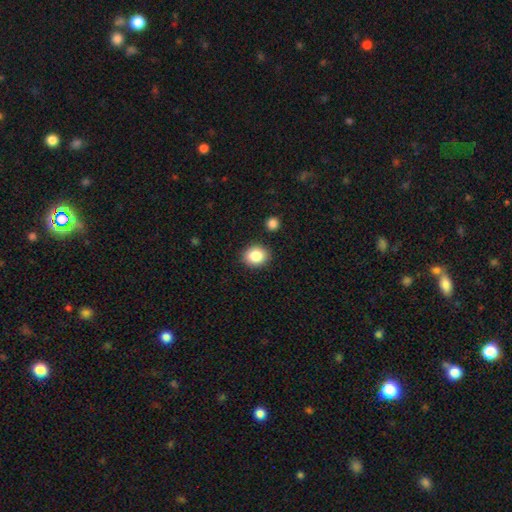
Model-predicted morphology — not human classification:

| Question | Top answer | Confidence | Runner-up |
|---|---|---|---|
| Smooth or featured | smooth | 85% | star or artifact (8%) |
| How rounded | round | 62% | in between (37%) |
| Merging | none | 88% | minor disturbance (8%) |